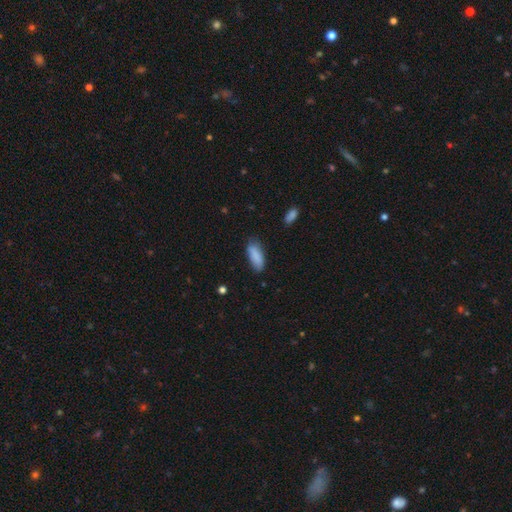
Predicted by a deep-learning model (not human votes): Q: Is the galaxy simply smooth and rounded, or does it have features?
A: smooth — 87%.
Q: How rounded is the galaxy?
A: in between — 76%.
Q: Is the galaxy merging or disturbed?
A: none — 74%.